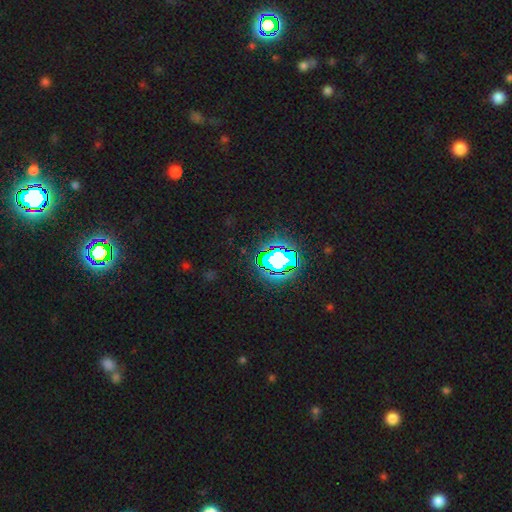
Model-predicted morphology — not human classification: The model was most divided on "smooth or featured": star or artifact: 80%, smooth: 13%, featured or disk: 7%.